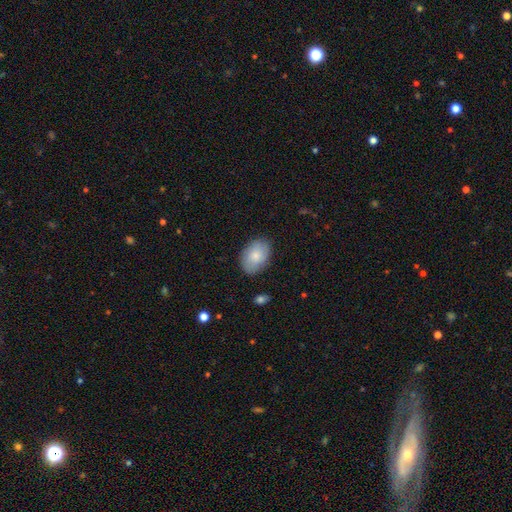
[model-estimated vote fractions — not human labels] Smooth or featured: smooth — 81% (featured or disk — 13%)
How rounded: in between — 86% (round — 13%)
Merging: none — 82% (minor disturbance — 13%)